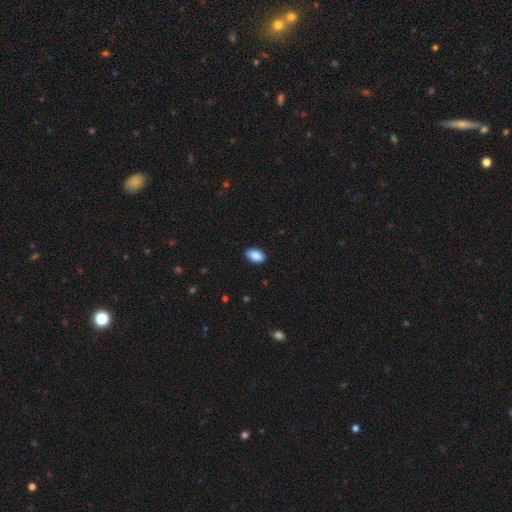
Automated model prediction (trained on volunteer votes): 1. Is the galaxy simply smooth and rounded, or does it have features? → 88% smooth, 7% star or artifact, 5% featured or disk.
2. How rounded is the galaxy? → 93% in between, 4% round, 2% cigar-shaped.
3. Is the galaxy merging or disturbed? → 88% none, 9% minor disturbance, 2% major disturbance, 1% merger.